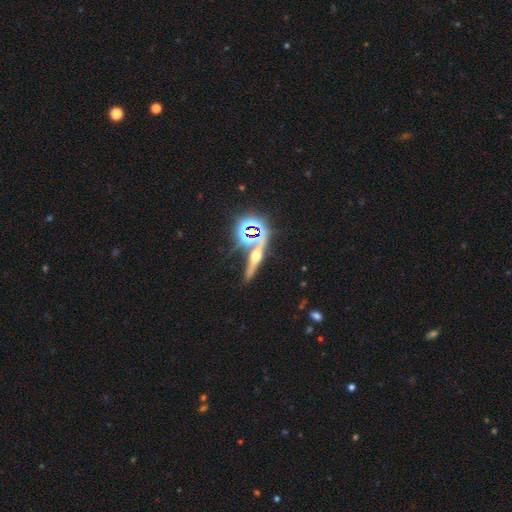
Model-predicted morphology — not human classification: Q: Smooth or featured?
A: featured or disk (51%); runner-up: star or artifact (27%)
Q: Edge-on disk?
A: yes (86%); runner-up: no (14%)
Q: Merging?
A: none (70%); runner-up: merger (13%)